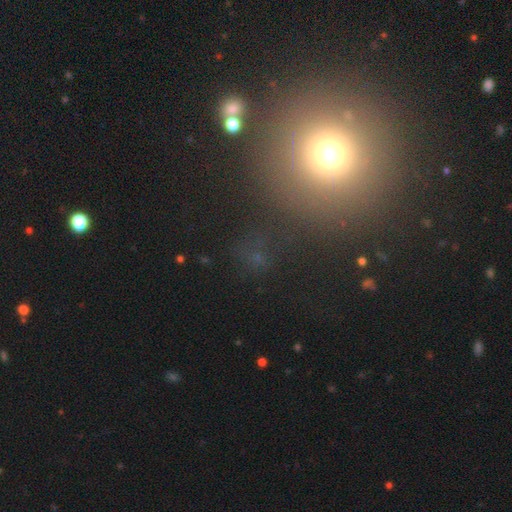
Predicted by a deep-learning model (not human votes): The model was most divided on "smooth or featured": star or artifact: 49%, smooth: 37%, featured or disk: 13%.